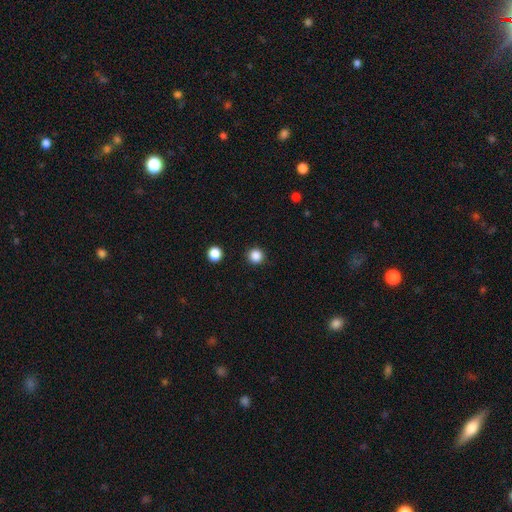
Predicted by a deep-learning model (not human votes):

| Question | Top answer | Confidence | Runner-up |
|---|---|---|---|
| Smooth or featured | smooth | 86% | star or artifact (12%) |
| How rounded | round | 95% | in between (5%) |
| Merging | none | 92% | minor disturbance (5%) |